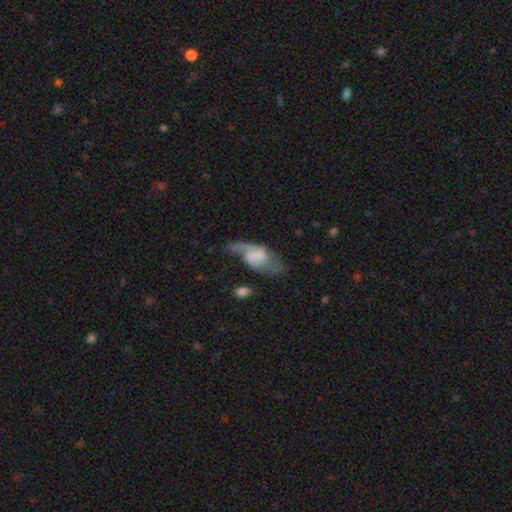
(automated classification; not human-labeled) Overall: featured or disk (67%). Edge-on disk: no (95%). Bar: weak (48%; no 30%). Spiral arms: yes (86%). Spiral arm count: 2 (68%). Spiral winding: loose (57%; medium 32%). Bulge size: none (44%; small 22%). Merging: none (41%; major disturbance 29%).